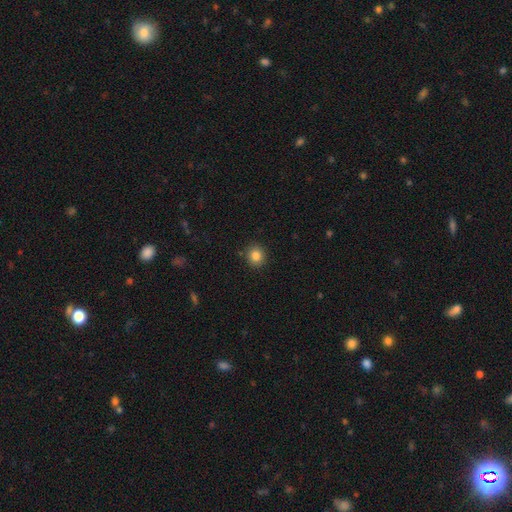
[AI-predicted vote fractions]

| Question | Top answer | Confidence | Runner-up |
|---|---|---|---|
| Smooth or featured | smooth | 84% | star or artifact (11%) |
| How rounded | round | 87% | in between (12%) |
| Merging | none | 90% | minor disturbance (7%) |